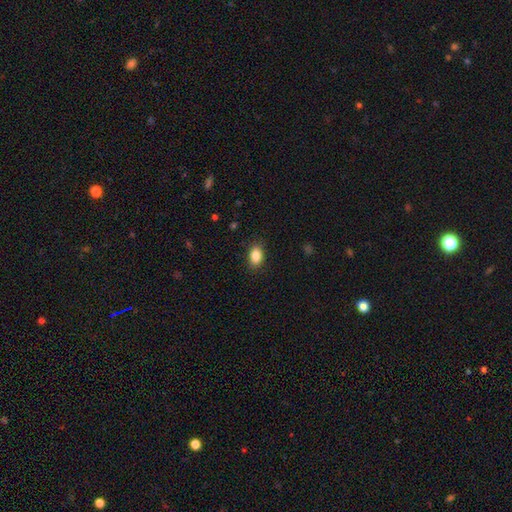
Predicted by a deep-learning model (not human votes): Morphology: type=smooth (86%); roundness=in between (87%); merging=none (88%).